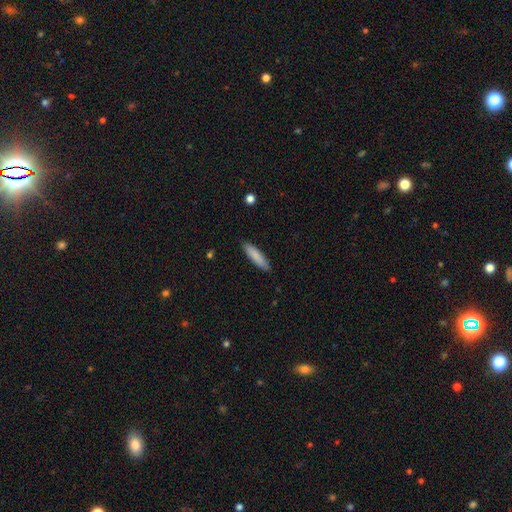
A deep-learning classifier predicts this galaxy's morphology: A smooth galaxy with no disk features (85%) that is cigar-shaped (71%). Merging: none (87%).